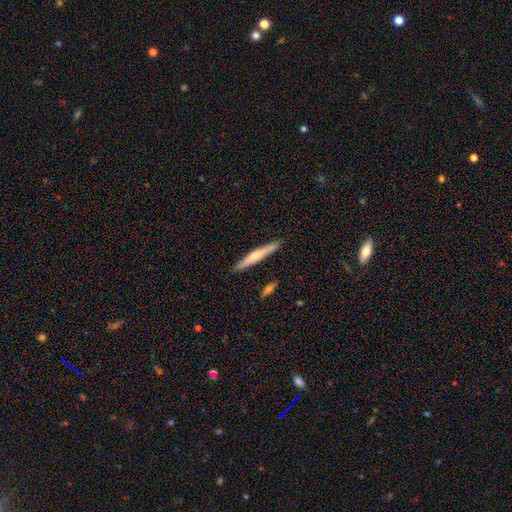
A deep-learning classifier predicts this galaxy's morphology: A featured or disk galaxy (48%). Merging: none (88%).